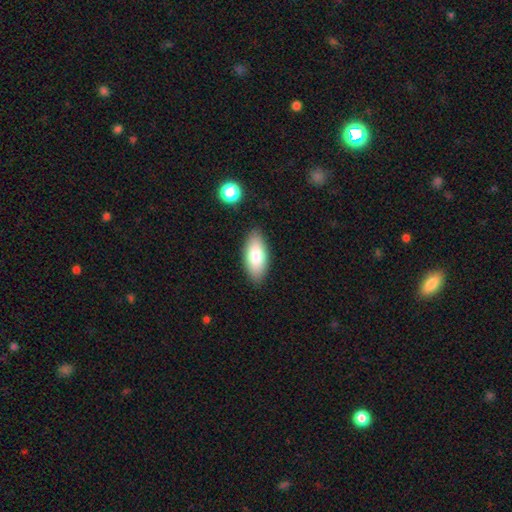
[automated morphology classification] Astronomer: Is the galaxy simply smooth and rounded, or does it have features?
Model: smooth — 80%.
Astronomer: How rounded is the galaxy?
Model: in between — 88%.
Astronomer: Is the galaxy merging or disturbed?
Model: none — 87%.